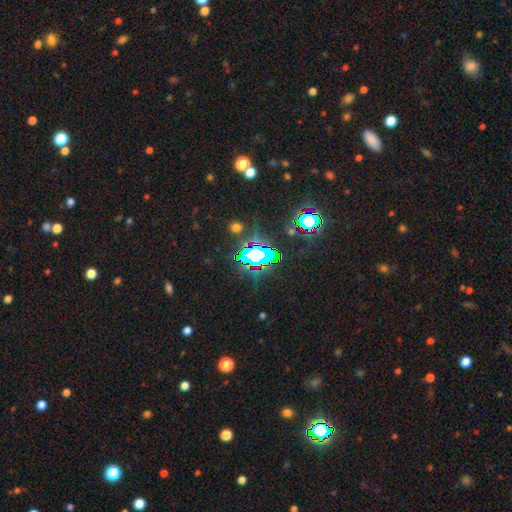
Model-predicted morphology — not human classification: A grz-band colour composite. It shows a star or artifact, not a galaxy (66%).